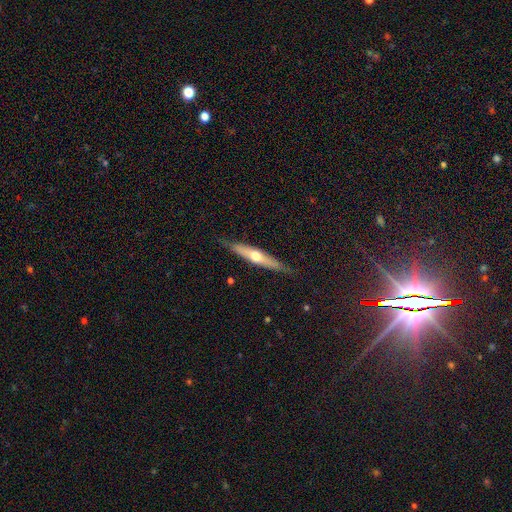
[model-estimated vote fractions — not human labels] The model was most divided on "smooth or featured": featured or disk: 57%, smooth: 37%, star or artifact: 6%. More confident: edge-on disk — yes (91%); edge-on bulge — rounded (90%); merging — none (84%).